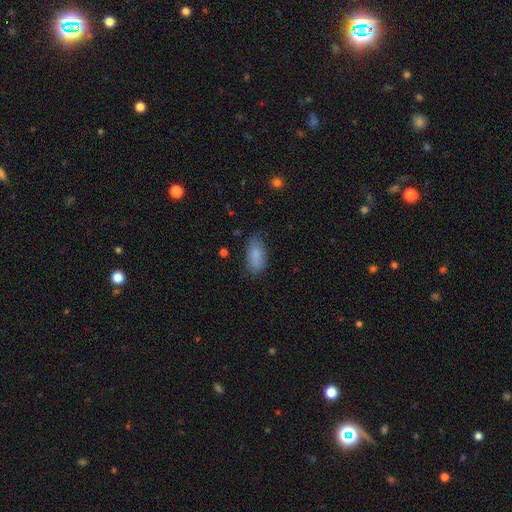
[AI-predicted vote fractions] Smooth or featured? smooth (86%)
How rounded? in between (91%)
Merging? none (73%)